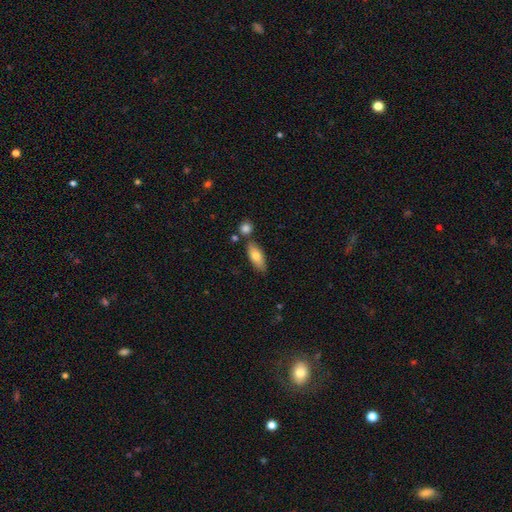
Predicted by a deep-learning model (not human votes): This appears to be a smooth galaxy with no disk features (74%) that is in between round and cigar-shaped (75%). Merging: none (74%).